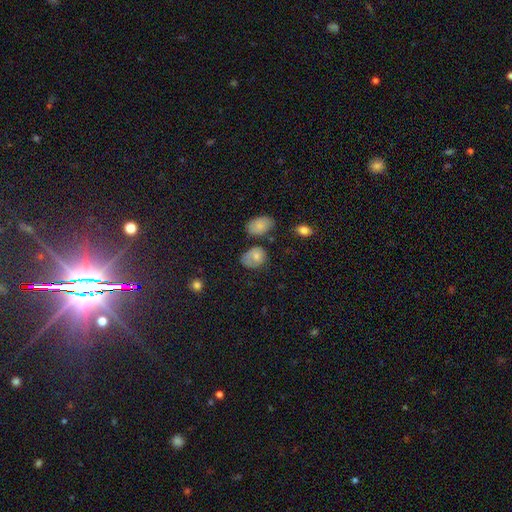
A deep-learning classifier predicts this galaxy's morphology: Overall: smooth (66%). How rounded: round (51%; in between 47%). Merging: none (59%; minor disturbance 23%).